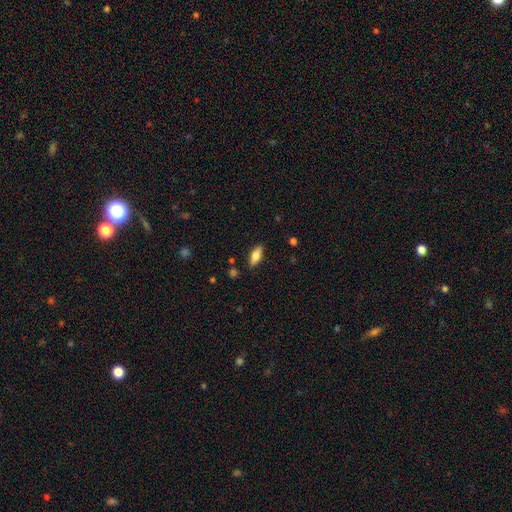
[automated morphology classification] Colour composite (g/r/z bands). It shows a smooth galaxy with no disk features (69%) that is in between round and cigar-shaped (73%). Merging: none (85%).